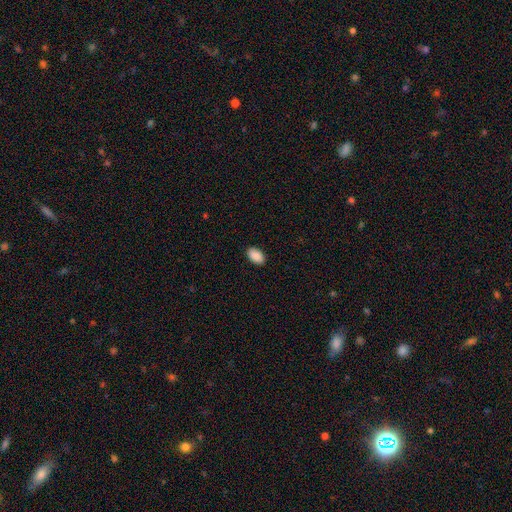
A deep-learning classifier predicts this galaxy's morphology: type=smooth (91%); roundness=in between (94%); merging=none (90%).